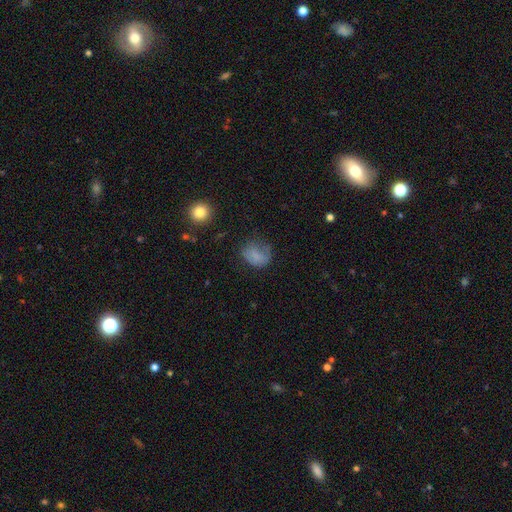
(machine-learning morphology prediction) This is likely a smooth galaxy (74%). How rounded: possibly in between (53%). Merging: possibly none (52%).